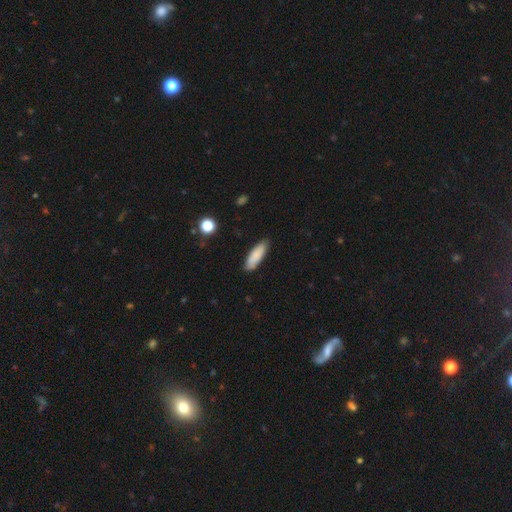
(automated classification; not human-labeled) A smooth galaxy with no disk features (86%) that is in between round and cigar-shaped (55%).

Vote fractions:
- Smooth or featured? smooth: 86% / featured or disk: 8% / star or artifact: 6%
- How rounded? in between: 55% / cigar-shaped: 44% / round: 2%
- Merging? none: 84% / minor disturbance: 12% / major disturbance: 2% / merger: 1%